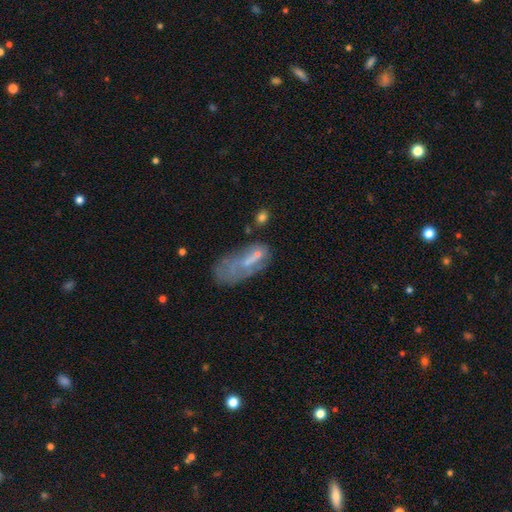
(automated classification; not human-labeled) smooth 47%, featured or disk 41%, star or artifact 12%. Down the decision tree: merging — major disturbance (32%).